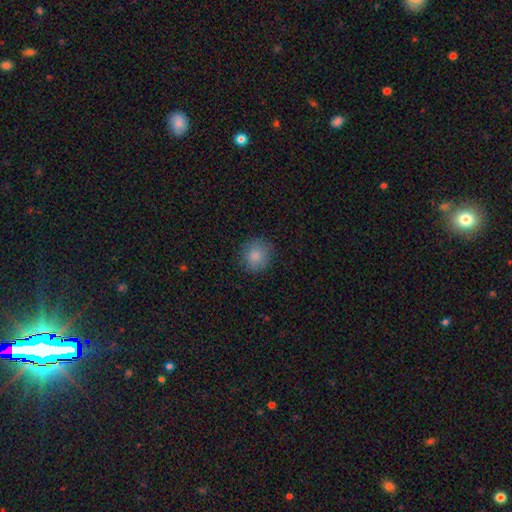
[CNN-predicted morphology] Overall: smooth (85%). How rounded: round (86%). Merging: none (85%).